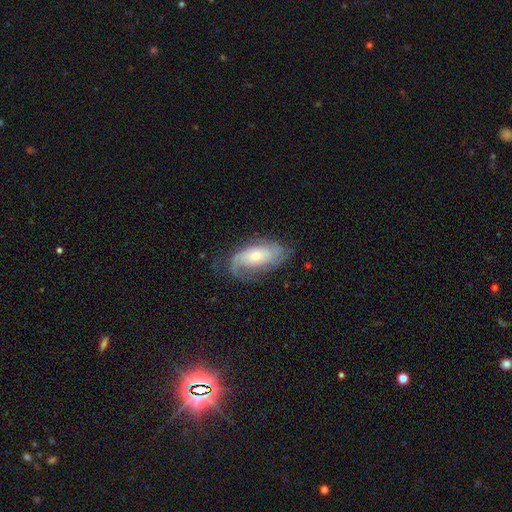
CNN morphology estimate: Q: Smooth or featured?
A: featured or disk (73%); runner-up: smooth (21%)
Q: Edge-on disk?
A: no (94%); runner-up: yes (6%)
Q: Bar?
A: no (70%); runner-up: weak (24%)
Q: Spiral arms?
A: yes (91%); runner-up: no (9%)
Q: Spiral winding?
A: tight (45%); runner-up: medium (36%)
Q: Spiral arm count?
A: 2 (39%); runner-up: can't tell (26%)
Q: Bulge size?
A: small (50%); runner-up: moderate (42%)
Q: Merging?
A: none (63%); runner-up: minor disturbance (22%)